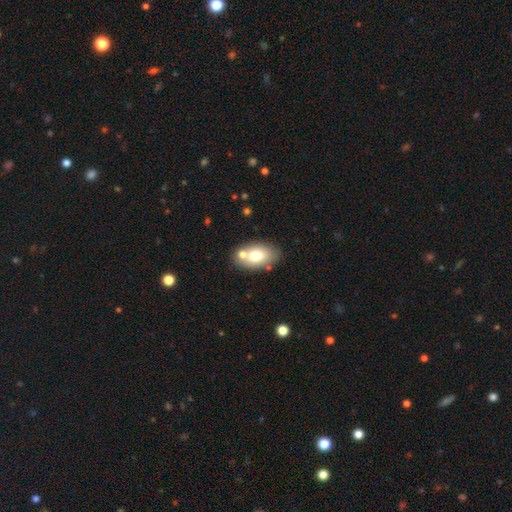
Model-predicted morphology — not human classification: Smooth or featured: smooth — 69% (featured or disk — 22%)
How rounded: in between — 90% (round — 8%)
Merging: none — 66% (merger — 17%)